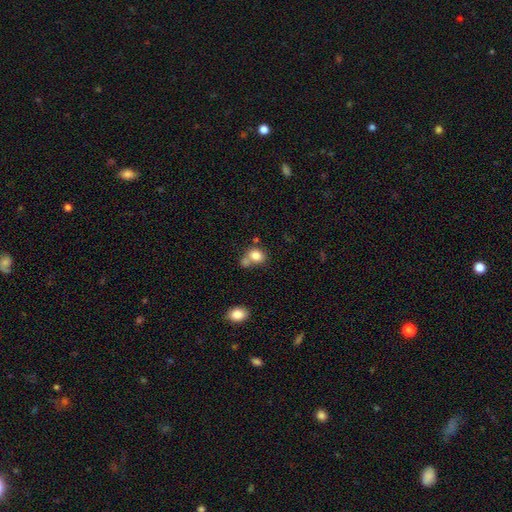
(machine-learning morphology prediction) smooth-or-featured: smooth: 82% | star or artifact: 10% | featured or disk: 8%
  how-rounded: round: 54% | in between: 45% | cigar-shaped: 1%
  merging: none: 43% | merger: 36% | minor disturbance: 15% | major disturbance: 7%